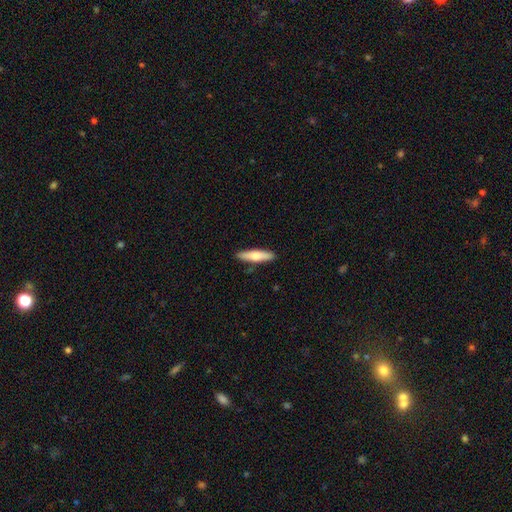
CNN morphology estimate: Overall: smooth (61%; featured or disk 34%). How rounded: cigar-shaped (76%). Merging: none (89%).